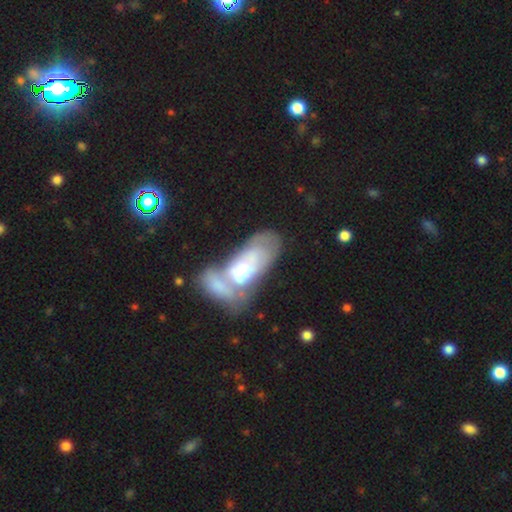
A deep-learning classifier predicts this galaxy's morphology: Smooth or featured: featured or disk — 54% (smooth — 40%)
Edge-on disk: no — 88% (yes — 12%)
Merging: merger — 57% (none — 21%)